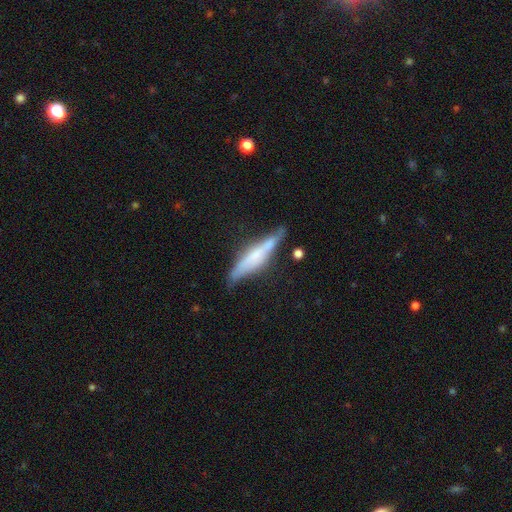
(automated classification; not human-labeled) A featured or disk galaxy (57%) viewed edge-on (88%) with a boxy central bulge (39%). Merging: none (62%).